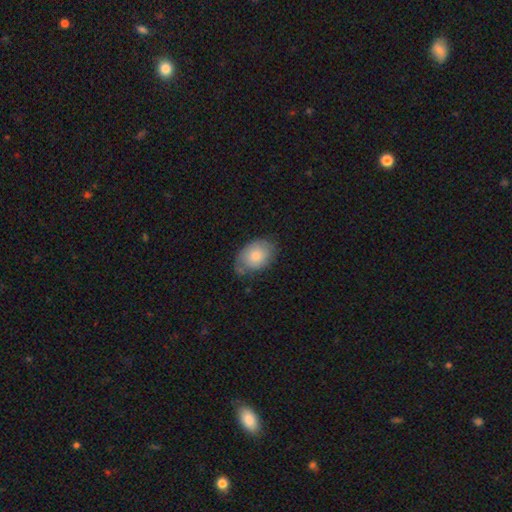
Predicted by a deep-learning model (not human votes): smooth-or-featured: smooth: 76% | featured or disk: 18% | star or artifact: 6%
  how-rounded: in between: 81% | round: 18% | cigar-shaped: 1%
  merging: none: 60% | minor disturbance: 30% | major disturbance: 7% | merger: 3%